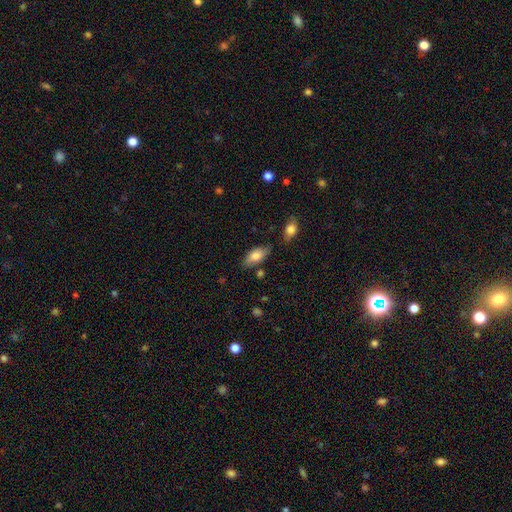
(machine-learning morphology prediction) type=smooth (77%); roundness=in between (89%); merging=none (73%).